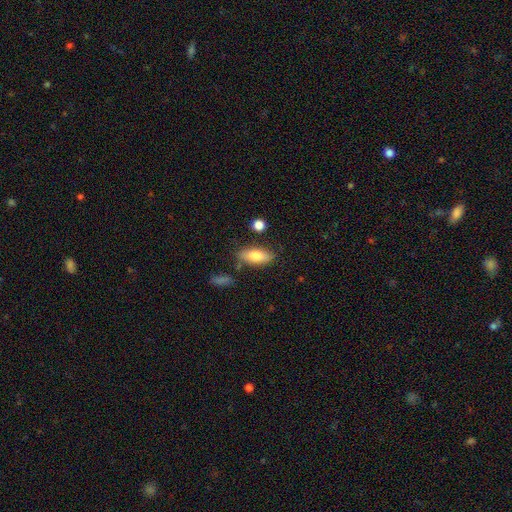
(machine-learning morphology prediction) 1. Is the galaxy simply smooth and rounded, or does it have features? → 77% smooth, 16% featured or disk, 7% star or artifact.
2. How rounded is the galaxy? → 78% in between, 20% cigar-shaped, 3% round.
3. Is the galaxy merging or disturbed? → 78% none, 14% minor disturbance, 5% merger, 3% major disturbance.